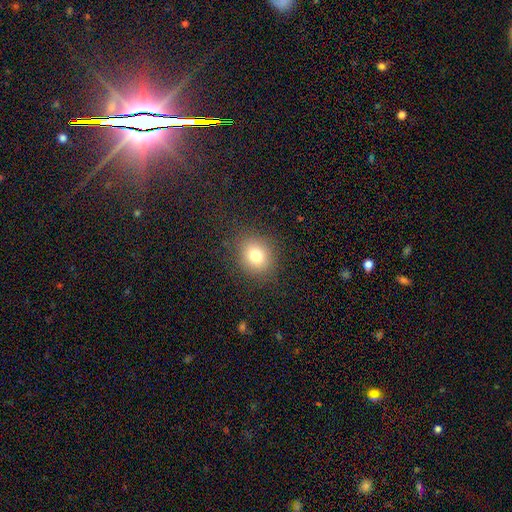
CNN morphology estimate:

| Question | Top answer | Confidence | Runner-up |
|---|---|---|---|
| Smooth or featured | smooth | 78% | star or artifact (13%) |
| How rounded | round | 74% | in between (25%) |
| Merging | none | 86% | minor disturbance (9%) |